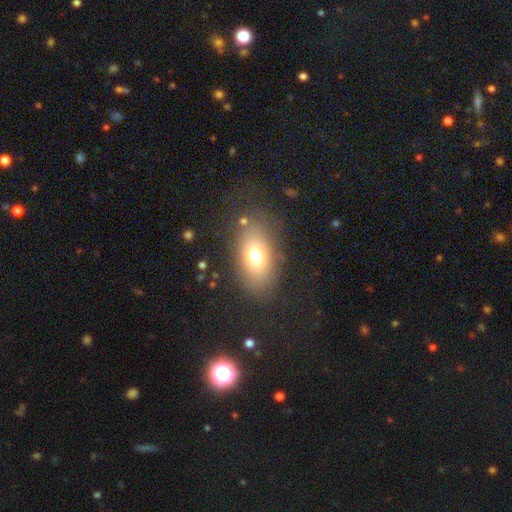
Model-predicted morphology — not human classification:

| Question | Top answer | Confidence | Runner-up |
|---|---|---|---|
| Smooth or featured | smooth | 70% | featured or disk (17%) |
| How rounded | in between | 82% | round (15%) |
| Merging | none | 80% | minor disturbance (11%) |